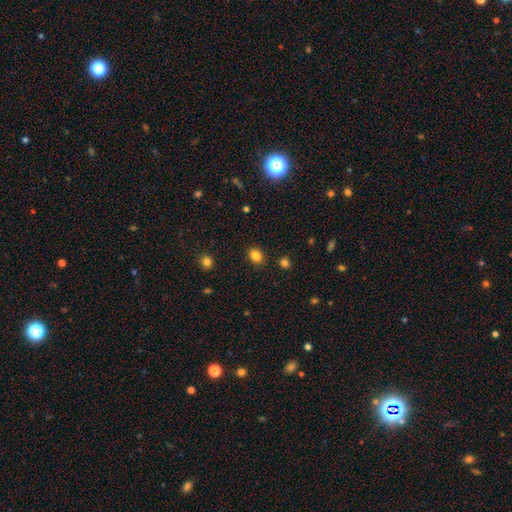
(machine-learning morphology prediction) A smooth galaxy with no disk features (84%) that is in between round and cigar-shaped (55%). Merging: none (88%).